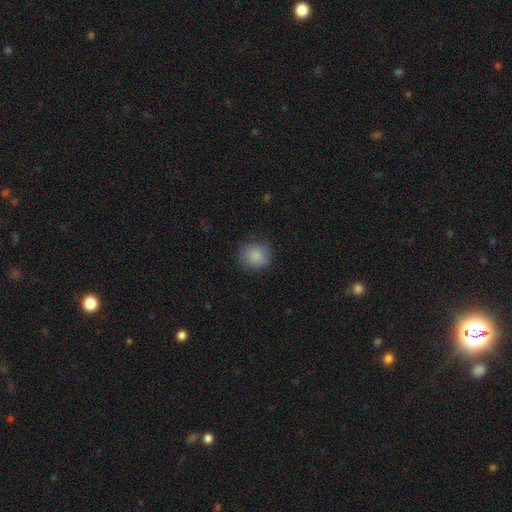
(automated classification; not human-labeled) smooth-or-featured: smooth: 87% | star or artifact: 9% | featured or disk: 5%
  how-rounded: round: 88% | in between: 11% | cigar-shaped: 1%
  merging: none: 84% | minor disturbance: 12% | major disturbance: 3% | merger: 1%